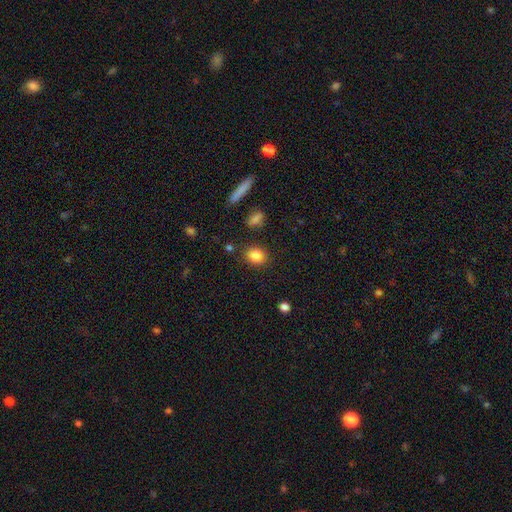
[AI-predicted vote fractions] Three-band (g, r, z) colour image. It shows a smooth galaxy with no disk features (85%) that is round (52%). Merging: none (86%).